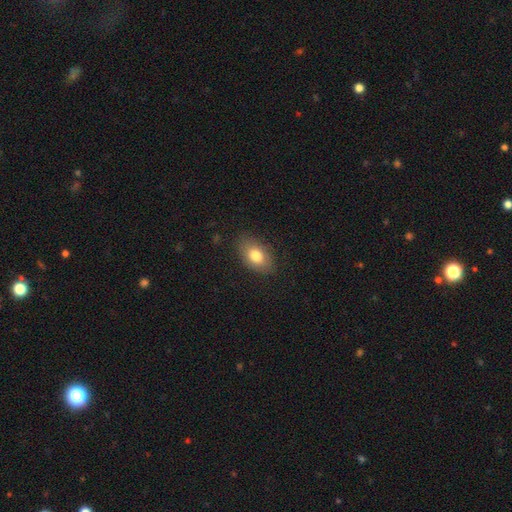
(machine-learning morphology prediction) smooth-or-featured: smooth: 79% | featured or disk: 13% | star or artifact: 8%
  how-rounded: in between: 88% | round: 10% | cigar-shaped: 2%
  merging: none: 81% | minor disturbance: 14% | major disturbance: 4% | merger: 1%